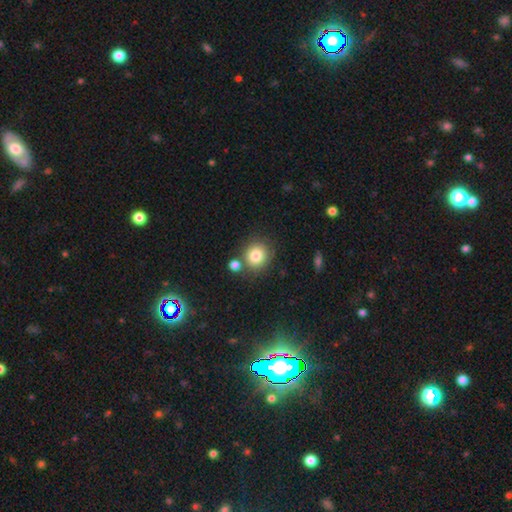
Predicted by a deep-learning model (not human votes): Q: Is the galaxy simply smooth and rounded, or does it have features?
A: smooth — 81%.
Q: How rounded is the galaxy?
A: round — 86%.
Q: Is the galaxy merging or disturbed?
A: none — 71%.